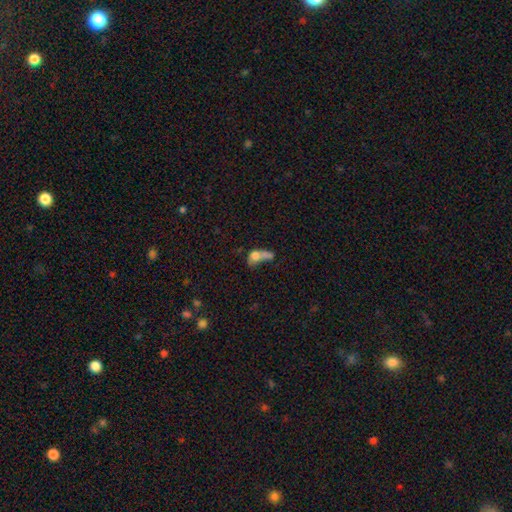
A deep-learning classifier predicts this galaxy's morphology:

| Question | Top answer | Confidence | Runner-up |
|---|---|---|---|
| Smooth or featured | smooth | 62% | featured or disk (24%) |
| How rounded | in between | 56% | round (35%) |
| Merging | merger | 55% | major disturbance (18%) |